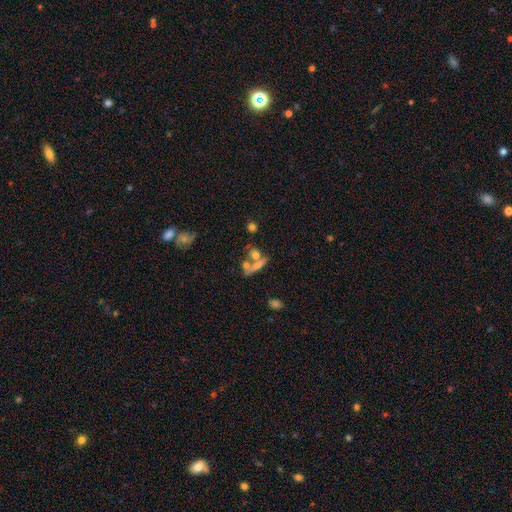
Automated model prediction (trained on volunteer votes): Smooth or featured: star or artifact — 45% (smooth — 30%)